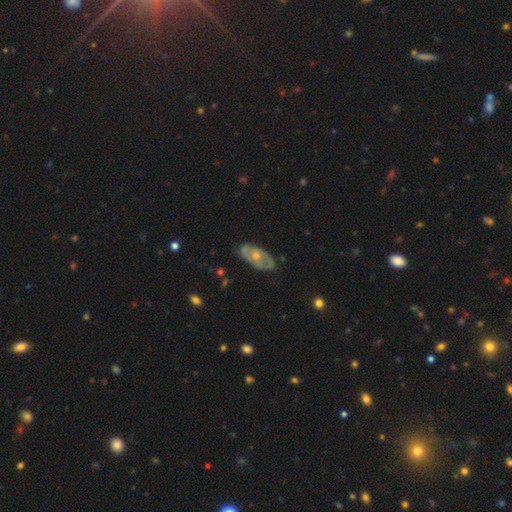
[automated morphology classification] This appears to be a featured or disk galaxy (64%) with no bar (81%), no spiral arms (55%) and a moderate central bulge (54%). Merging: none (71%).